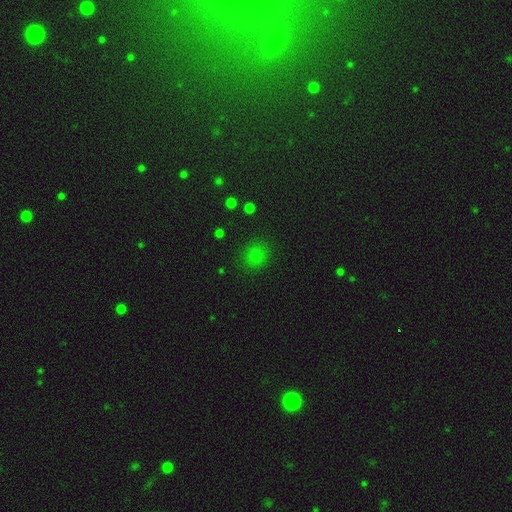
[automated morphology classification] Smooth or featured?
  - smooth: 75% *
  - star or artifact: 20%
  - featured or disk: 5%
How rounded?
  - round: 73% *
  - in between: 25%
  - cigar-shaped: 1%
Merging?
  - none: 81% *
  - minor disturbance: 12%
  - major disturbance: 5%
  - merger: 2%